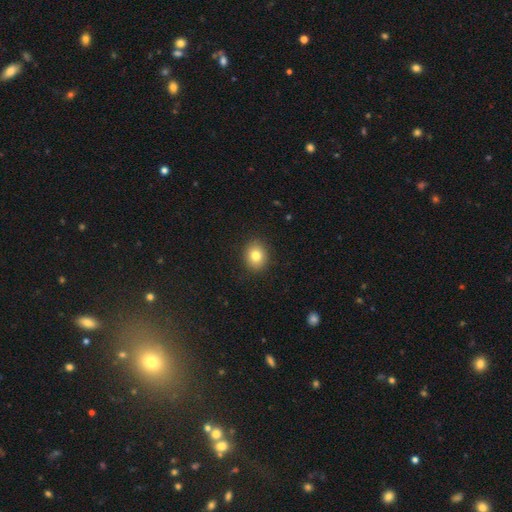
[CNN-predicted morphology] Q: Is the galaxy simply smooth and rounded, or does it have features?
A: smooth — 81%.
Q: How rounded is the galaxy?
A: round — 65%.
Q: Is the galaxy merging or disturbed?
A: none — 90%.